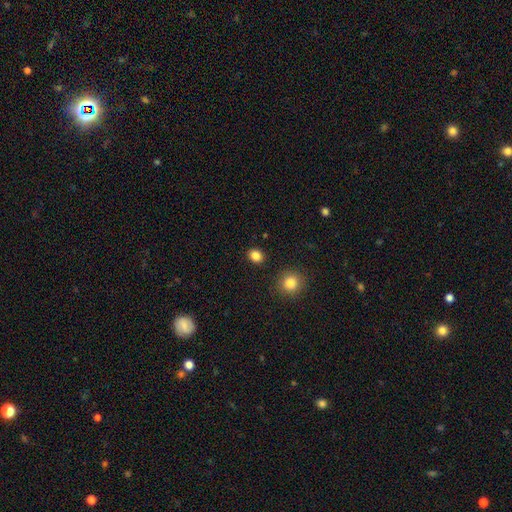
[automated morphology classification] Smooth or featured? smooth (84%)
How rounded? round (65%)
Merging? none (89%)